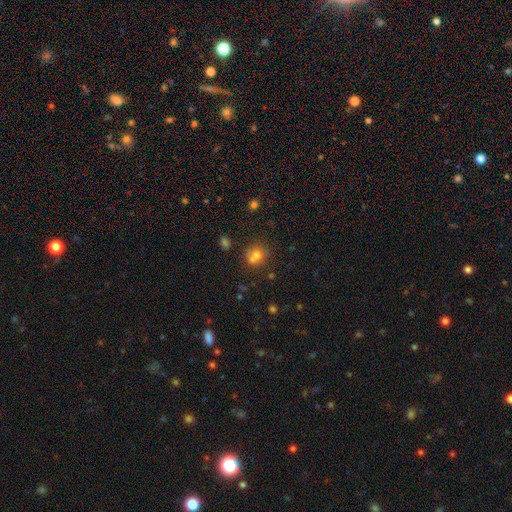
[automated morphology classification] A smooth galaxy with no disk features (70%) that is round (78%).

Vote fractions:
- Smooth or featured? smooth: 70% / star or artifact: 17% / featured or disk: 13%
- How rounded? round: 78% / in between: 21% / cigar-shaped: 1%
- Merging? none: 50% / merger: 34% / minor disturbance: 11% / major disturbance: 4%